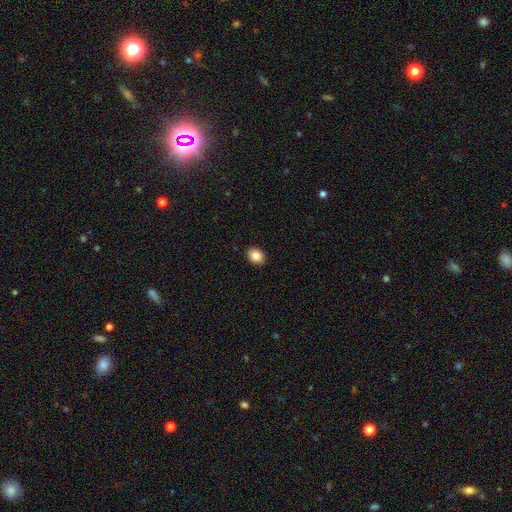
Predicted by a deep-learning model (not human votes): Smooth or featured: smooth — 87% (star or artifact — 9%)
How rounded: in between — 52% (round — 47%)
Merging: none — 91% (minor disturbance — 6%)